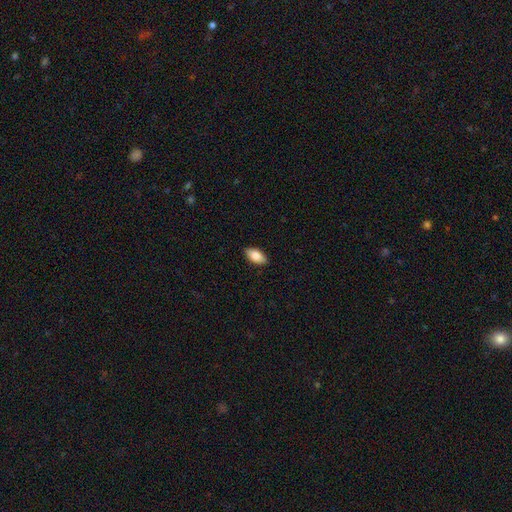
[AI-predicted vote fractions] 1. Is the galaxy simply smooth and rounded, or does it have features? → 84% smooth, 9% featured or disk, 7% star or artifact.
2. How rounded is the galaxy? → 91% in between, 6% cigar-shaped, 3% round.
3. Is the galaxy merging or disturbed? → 89% none, 9% minor disturbance, 2% major disturbance, 1% merger.